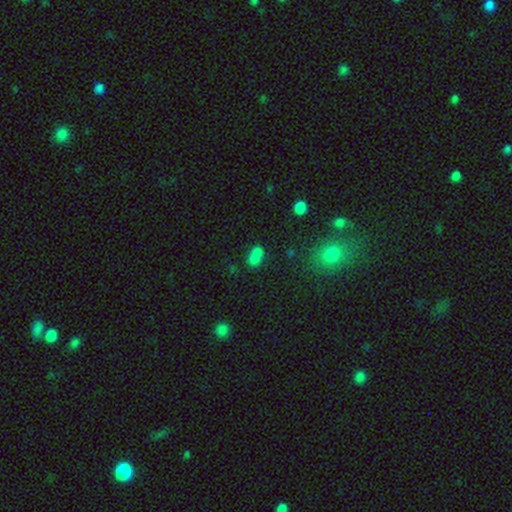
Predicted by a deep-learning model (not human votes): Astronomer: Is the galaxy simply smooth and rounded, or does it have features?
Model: smooth — 72%.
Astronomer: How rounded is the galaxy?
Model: in between — 80%.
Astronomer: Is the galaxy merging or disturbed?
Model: none — 45% (runner-up: merger, 30%).